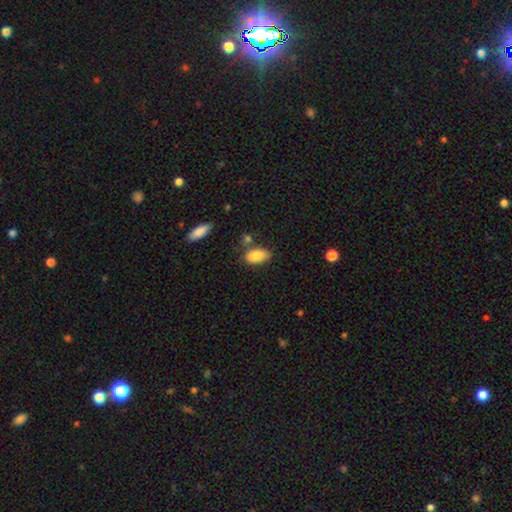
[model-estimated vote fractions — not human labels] smooth 84%, featured or disk 9%, star or artifact 7%. Down the decision tree: how rounded — in between (92%); merging — none (66%).